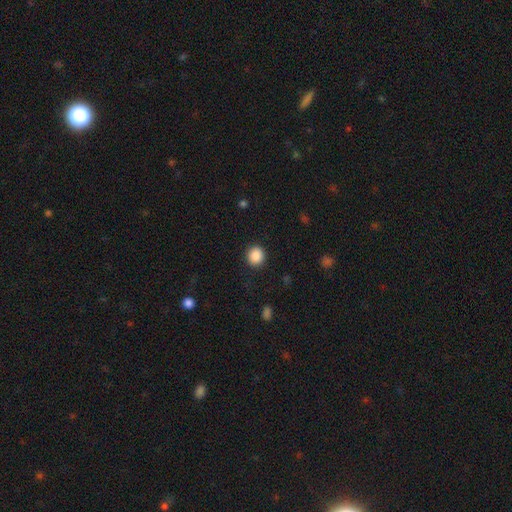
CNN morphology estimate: Q: Smooth or featured?
A: smooth (89%); runner-up: star or artifact (9%)
Q: How rounded?
A: round (88%); runner-up: in between (11%)
Q: Merging?
A: none (91%); runner-up: minor disturbance (6%)